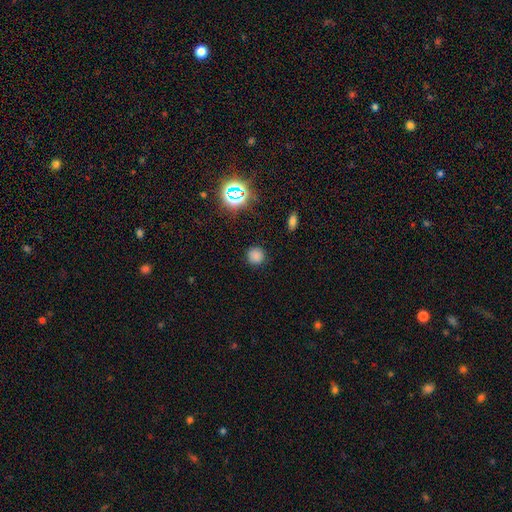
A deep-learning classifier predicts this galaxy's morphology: A smooth galaxy with no disk features (76%) that is round (92%). Merging: none (87%).